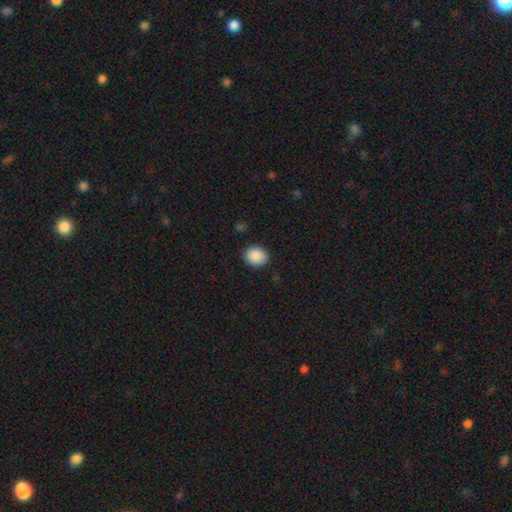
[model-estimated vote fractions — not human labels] Smooth or featured?
  - smooth: 90% *
  - star or artifact: 8%
  - featured or disk: 3%
How rounded?
  - round: 60% *
  - in between: 39%
  - cigar-shaped: 1%
Merging?
  - none: 88% *
  - minor disturbance: 8%
  - major disturbance: 2%
  - merger: 1%